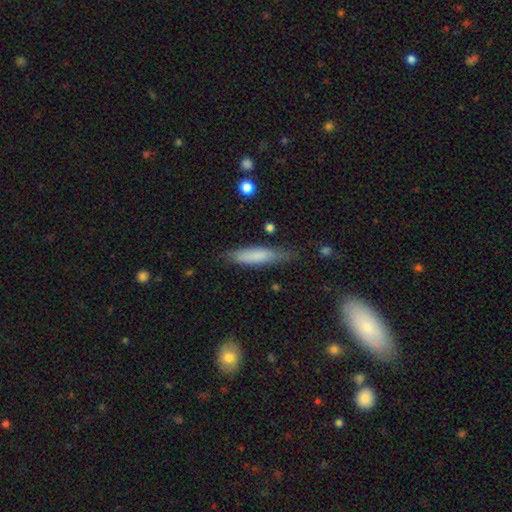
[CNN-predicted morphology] Smooth or featured? smooth (76%)
How rounded? cigar-shaped (76%)
Merging? none (73%)